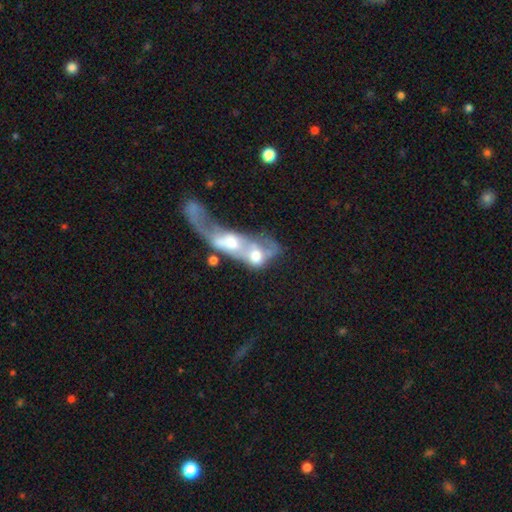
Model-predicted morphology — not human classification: Smooth or featured? Predicted: featured or disk (p=0.47). Merging? Predicted: merger (p=0.79).